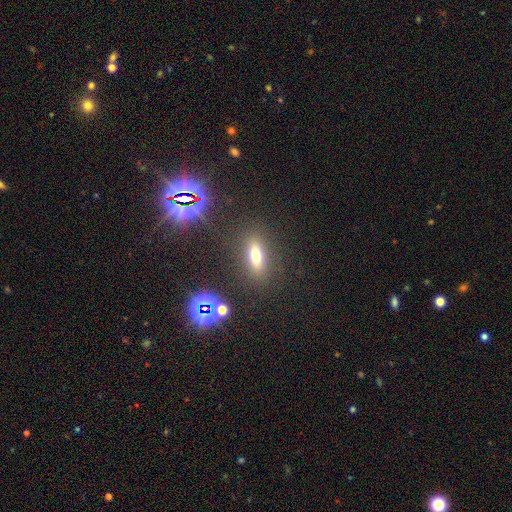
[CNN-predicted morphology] Smooth or featured? Predicted: smooth (p=0.63). How rounded? Predicted: in between (p=0.61). Merging? Predicted: none (p=0.84).